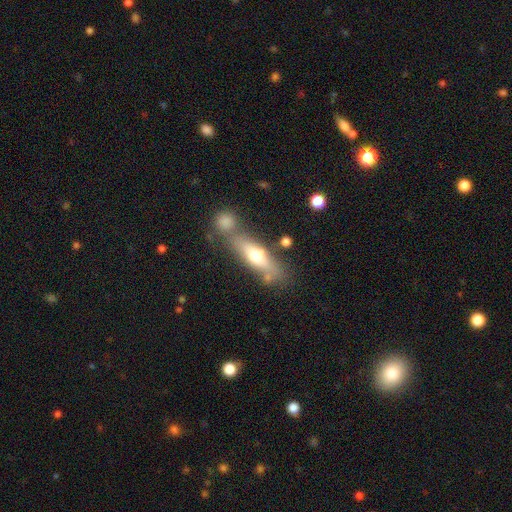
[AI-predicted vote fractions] The model was most divided on "how rounded": cigar-shaped: 56%, in between: 41%, round: 3%. More confident: merging — none (60%); smooth or featured — smooth (54%).